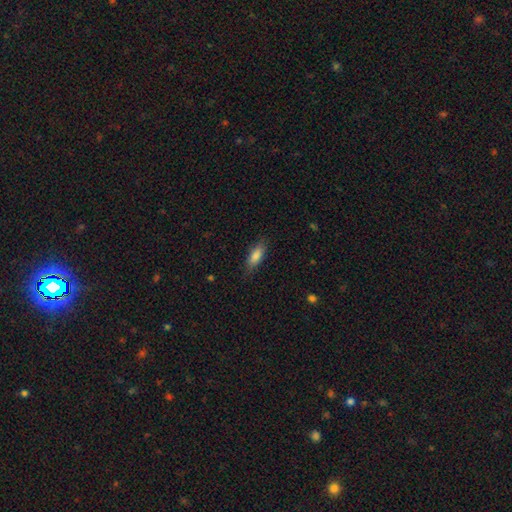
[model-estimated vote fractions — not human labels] Morphology: type=smooth (84%); roundness=in between (67%); merging=none (80%).